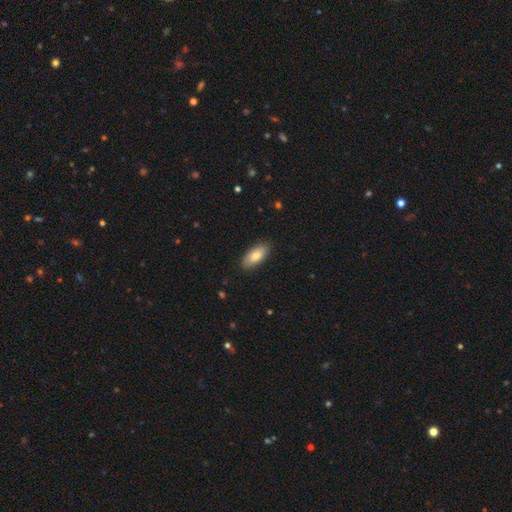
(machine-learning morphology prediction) Overall: smooth (80%). How rounded: in between (87%). Merging: none (88%).